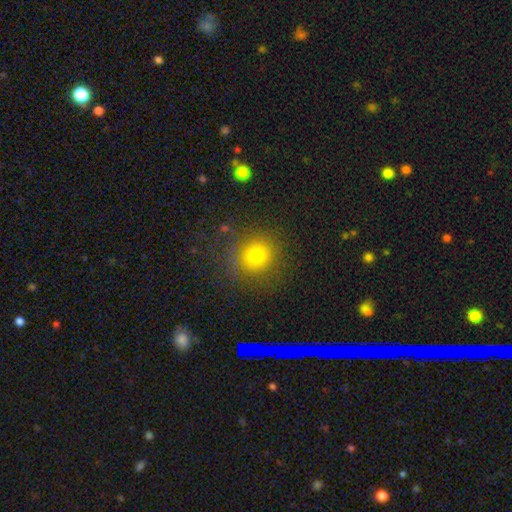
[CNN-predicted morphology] smooth_or_featured: smooth (p=0.76) [alt: star or artifact p=0.16]
how_rounded: round (p=0.88) [alt: in between p=0.11]
merging: none (p=0.83) [alt: minor disturbance p=0.10]